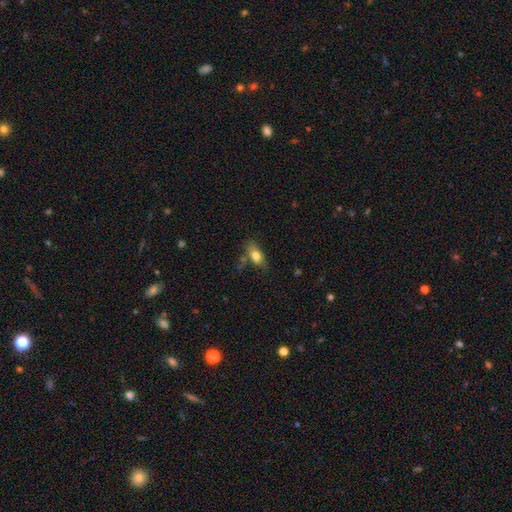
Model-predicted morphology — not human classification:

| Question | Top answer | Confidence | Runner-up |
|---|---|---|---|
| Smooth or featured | smooth | 77% | featured or disk (15%) |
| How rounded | in between | 83% | cigar-shaped (11%) |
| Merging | none | 57% | minor disturbance (24%) |